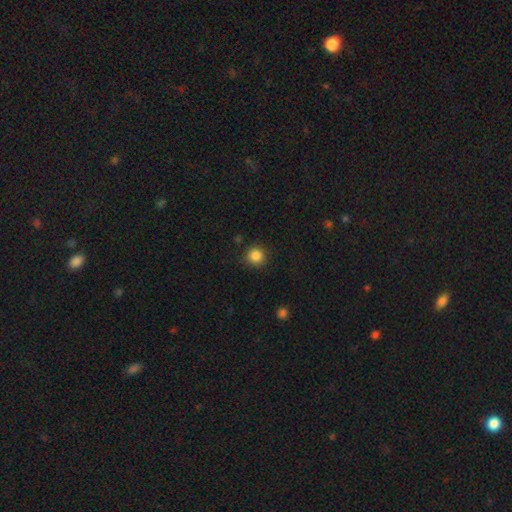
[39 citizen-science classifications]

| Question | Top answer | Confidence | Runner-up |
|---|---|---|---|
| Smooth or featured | smooth | 90% | featured or disk (5%) |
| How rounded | round | 97% | in between (3%) |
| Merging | none | 89% | major disturbance (5%) |